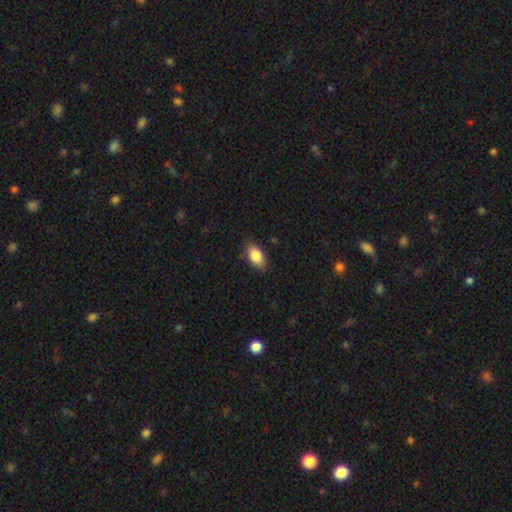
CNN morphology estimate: Q: Smooth or featured?
A: smooth (85%); runner-up: featured or disk (8%)
Q: How rounded?
A: in between (90%); runner-up: round (5%)
Q: Merging?
A: none (81%); runner-up: minor disturbance (15%)